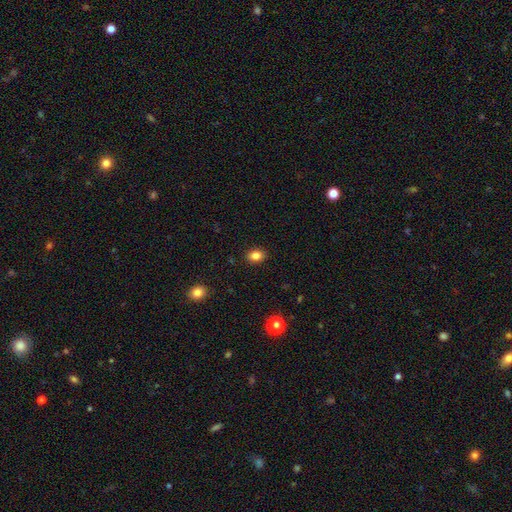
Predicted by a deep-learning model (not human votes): This appears to be a smooth galaxy with no disk features (84%) that is in between round and cigar-shaped (66%). Merging: none (89%).